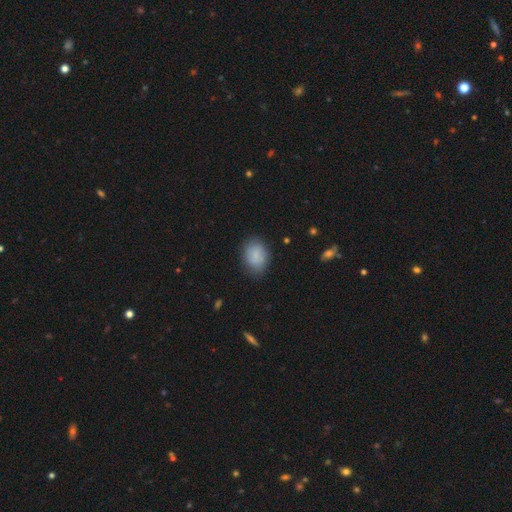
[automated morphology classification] This appears to be a smooth galaxy with no disk features (81%) that is in between round and cigar-shaped (70%). Merging: none (75%).